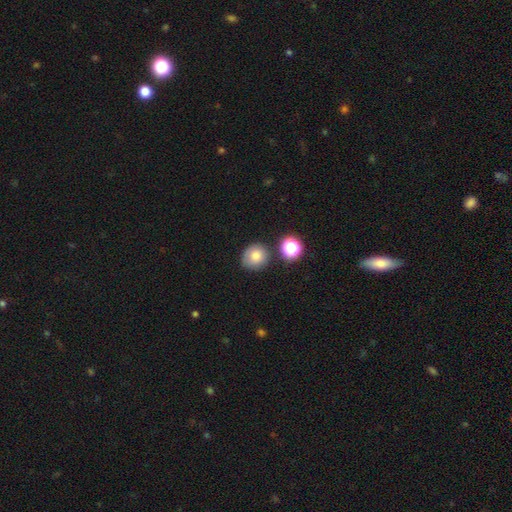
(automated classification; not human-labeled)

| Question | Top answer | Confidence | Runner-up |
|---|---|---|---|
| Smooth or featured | smooth | 79% | star or artifact (12%) |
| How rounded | round | 83% | in between (16%) |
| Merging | none | 76% | minor disturbance (13%) |